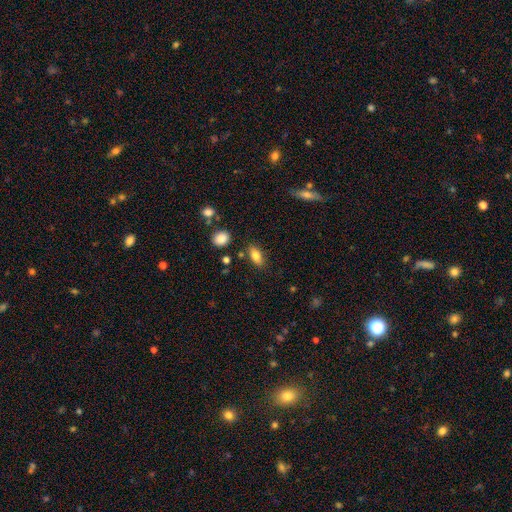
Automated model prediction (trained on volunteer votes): This appears to be a smooth galaxy with no disk features (78%) that is in between round and cigar-shaped (84%). Merging: none (82%).